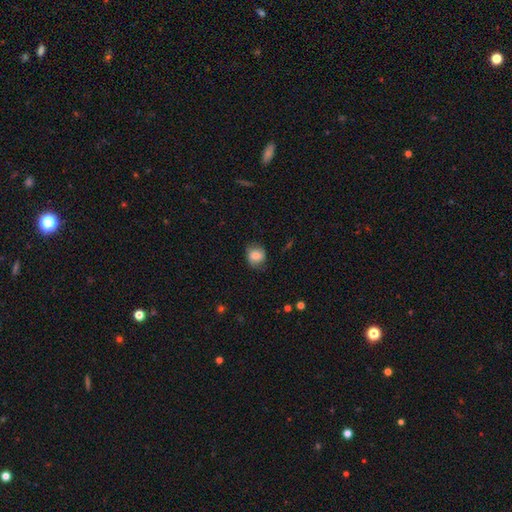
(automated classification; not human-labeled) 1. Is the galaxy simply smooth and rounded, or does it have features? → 76% smooth, 15% featured or disk, 9% star or artifact.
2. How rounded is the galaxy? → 74% round, 25% in between, 1% cigar-shaped.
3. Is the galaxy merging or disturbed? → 72% none, 22% minor disturbance, 6% major disturbance, 1% merger.